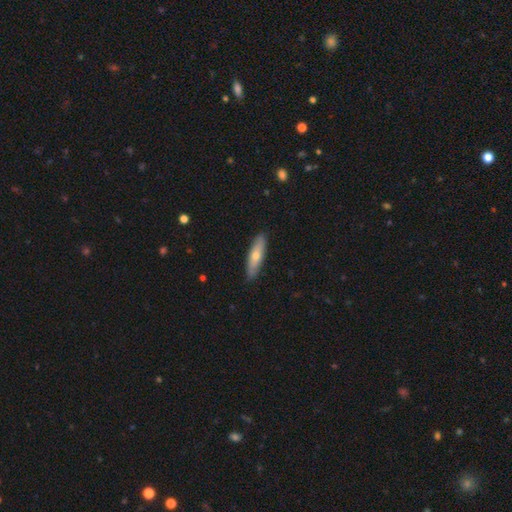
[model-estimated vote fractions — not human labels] Q: Smooth or featured?
A: smooth (57%); runner-up: featured or disk (37%)
Q: How rounded?
A: cigar-shaped (68%); runner-up: in between (30%)
Q: Merging?
A: none (89%); runner-up: minor disturbance (9%)